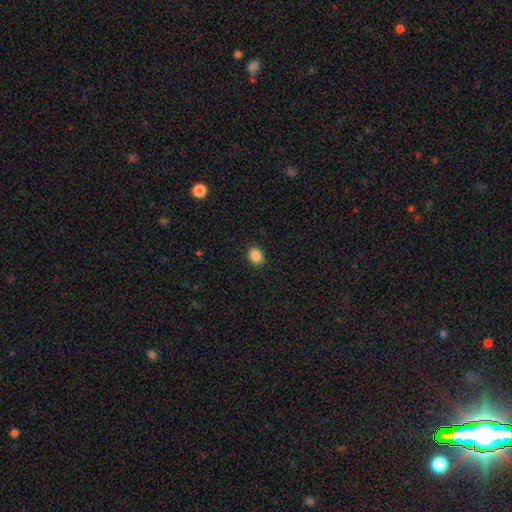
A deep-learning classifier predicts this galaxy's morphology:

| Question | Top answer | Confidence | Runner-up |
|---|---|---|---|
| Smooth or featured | smooth | 88% | star or artifact (9%) |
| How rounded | in between | 58% | round (41%) |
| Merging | none | 89% | minor disturbance (8%) |